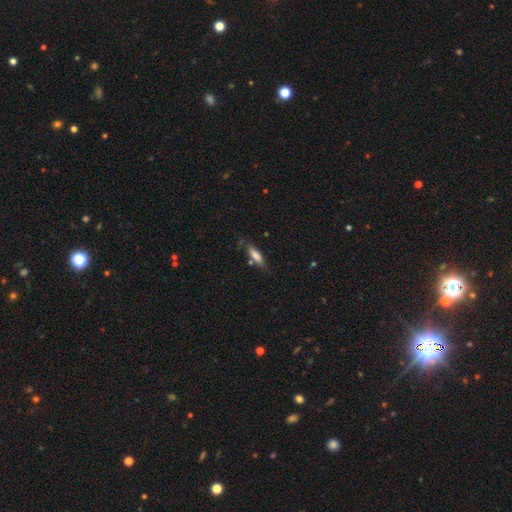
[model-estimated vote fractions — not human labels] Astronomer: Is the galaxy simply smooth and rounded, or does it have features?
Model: smooth — 75%.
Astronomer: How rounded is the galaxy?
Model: cigar-shaped — 54% (runner-up: in between, 44%).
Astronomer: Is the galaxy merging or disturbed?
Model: none — 69%.